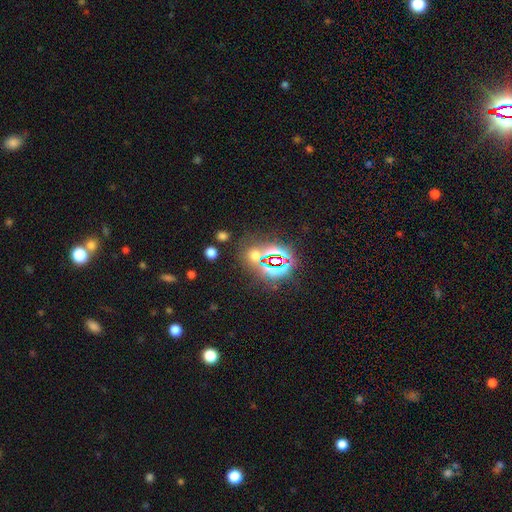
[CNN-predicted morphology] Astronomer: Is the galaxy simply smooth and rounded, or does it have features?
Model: star or artifact — 56% (runner-up: smooth, 36%).